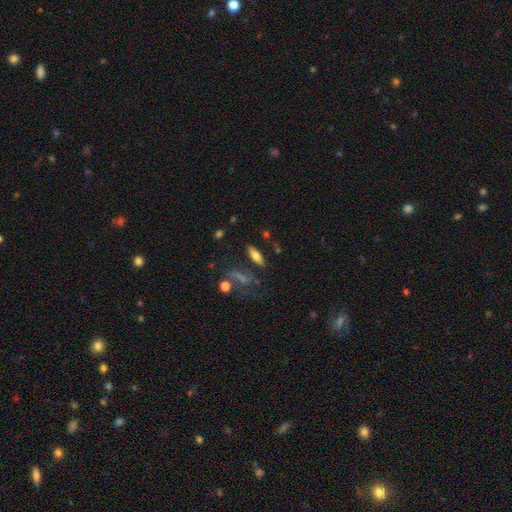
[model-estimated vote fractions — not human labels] smooth-or-featured: smooth: 59% | featured or disk: 32% | star or artifact: 10%
  how-rounded: in between: 57% | cigar-shaped: 40% | round: 4%
  merging: none: 76% | minor disturbance: 13% | merger: 7% | major disturbance: 5%